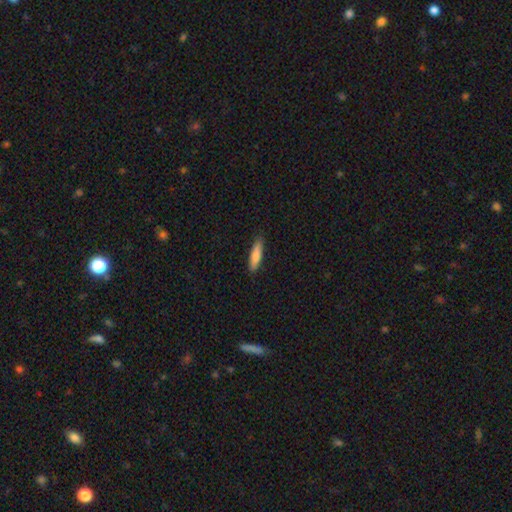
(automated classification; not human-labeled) Morphology: type=smooth (83%); roundness=cigar-shaped (71%); merging=none (87%).